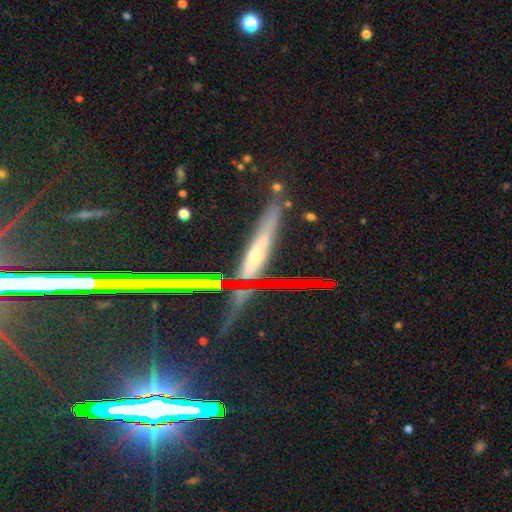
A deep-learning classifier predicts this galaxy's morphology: Smooth or featured? featured or disk (56%)
Edge-on disk? yes (88%)
Merging? none (75%)